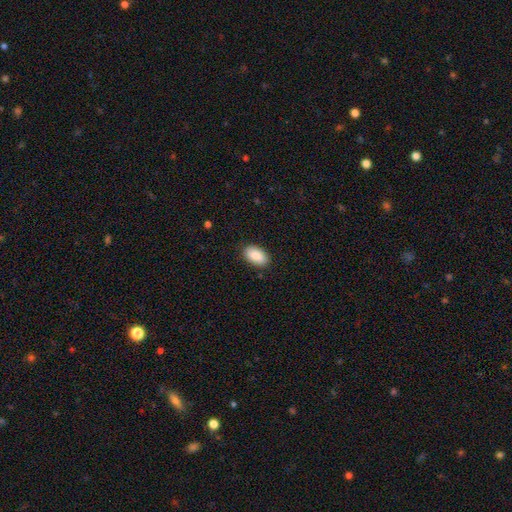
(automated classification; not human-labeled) smooth_or_featured: smooth (p=0.87) [alt: star or artifact p=0.07]
how_rounded: in between (p=0.93) [alt: round p=0.05]
merging: none (p=0.87) [alt: minor disturbance p=0.10]